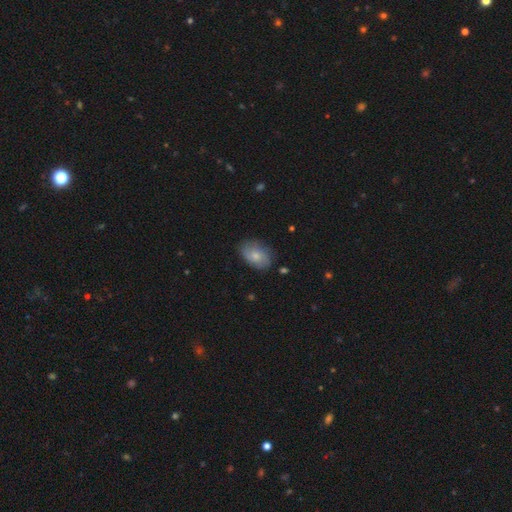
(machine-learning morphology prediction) Smooth or featured: smooth — 66% (featured or disk — 27%)
How rounded: in between — 85% (round — 14%)
Merging: none — 75% (minor disturbance — 19%)